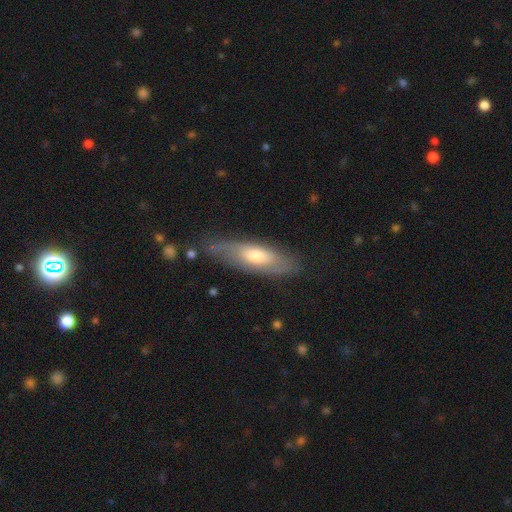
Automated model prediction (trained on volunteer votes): A featured or disk galaxy (47%).

Vote fractions:
- Smooth or featured? featured or disk: 47% / smooth: 46% / star or artifact: 7%
- Merging? none: 73% / minor disturbance: 20% / major disturbance: 5% / merger: 2%